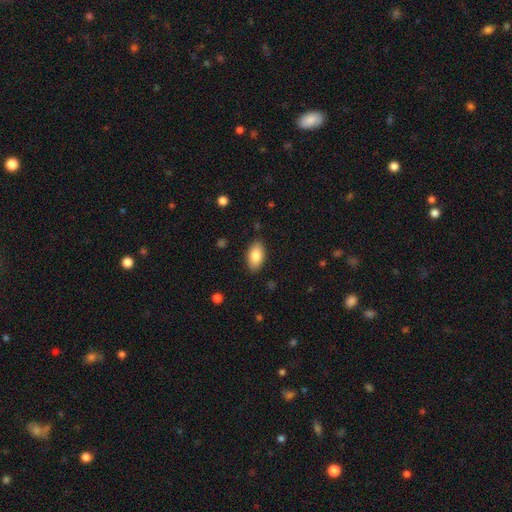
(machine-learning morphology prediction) Smooth or featured: smooth — 84% (featured or disk — 10%)
How rounded: in between — 94% (round — 4%)
Merging: none — 87% (minor disturbance — 10%)